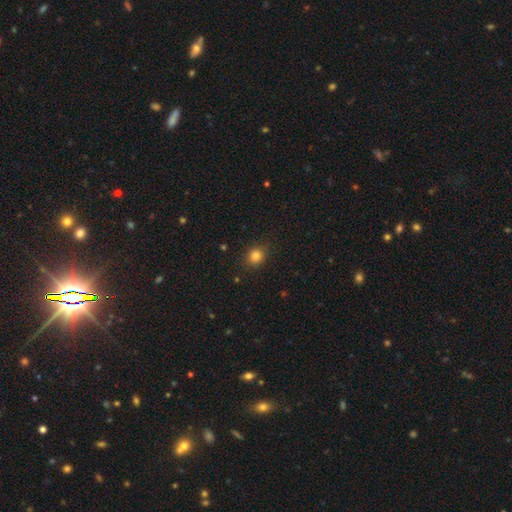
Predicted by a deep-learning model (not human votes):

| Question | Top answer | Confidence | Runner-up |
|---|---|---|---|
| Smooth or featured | smooth | 83% | star or artifact (12%) |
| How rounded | round | 80% | in between (19%) |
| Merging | none | 87% | minor disturbance (9%) |